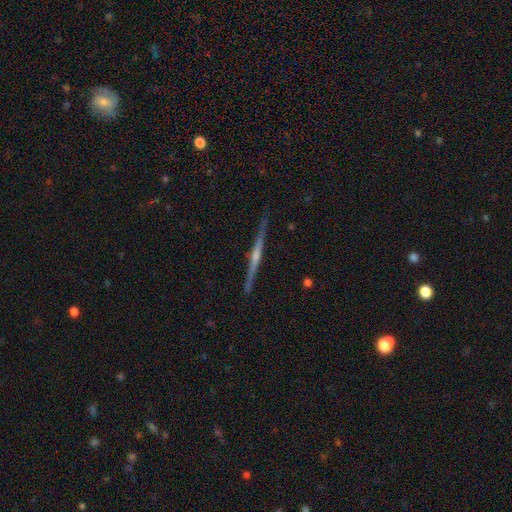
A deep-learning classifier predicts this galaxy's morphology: type=featured or disk (82%); edge-on=yes (98%); edge-on bulge=rounded (76%); merging=none (91%).